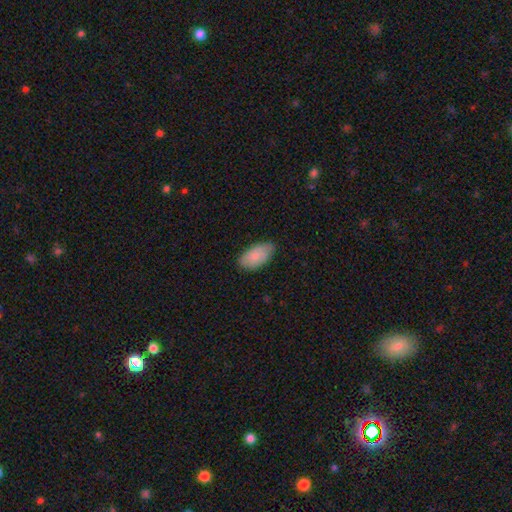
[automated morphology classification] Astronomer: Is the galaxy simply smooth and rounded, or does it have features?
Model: smooth — 82%.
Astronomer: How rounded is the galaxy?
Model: in between — 95%.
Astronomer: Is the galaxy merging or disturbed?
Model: none — 71%.